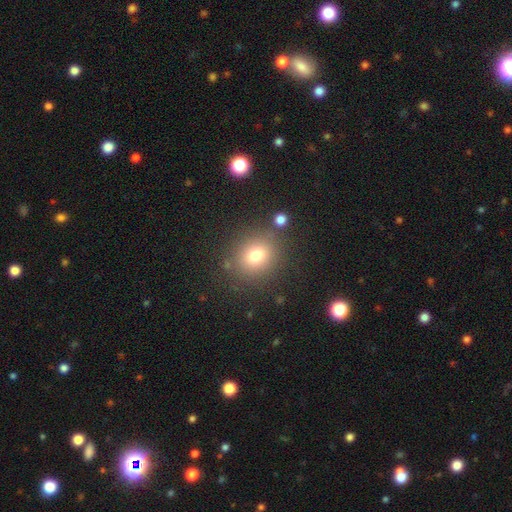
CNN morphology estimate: type=smooth (76%); roundness=round (74%); merging=none (80%).